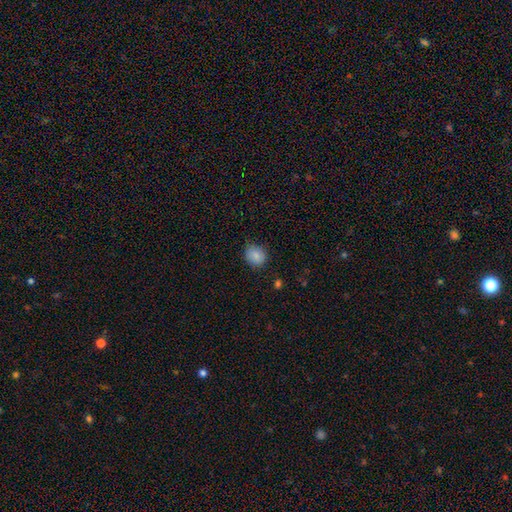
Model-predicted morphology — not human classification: smooth-or-featured: smooth: 85% | star or artifact: 9% | featured or disk: 6%
  how-rounded: round: 70% | in between: 29% | cigar-shaped: 1%
  merging: none: 78% | minor disturbance: 17% | major disturbance: 3% | merger: 1%